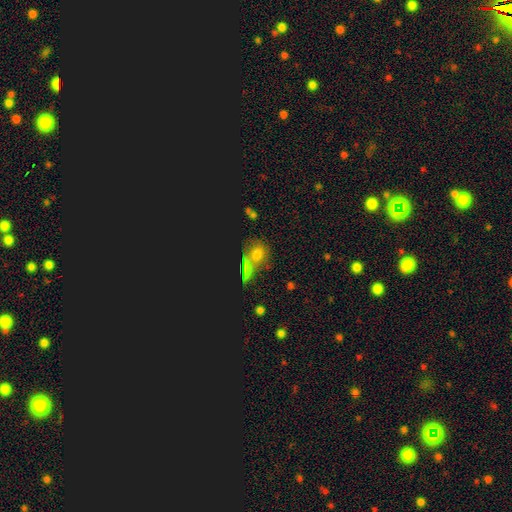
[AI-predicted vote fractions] Morphology: type=smooth (51%); roundness=round (64%); merging=none (61%).